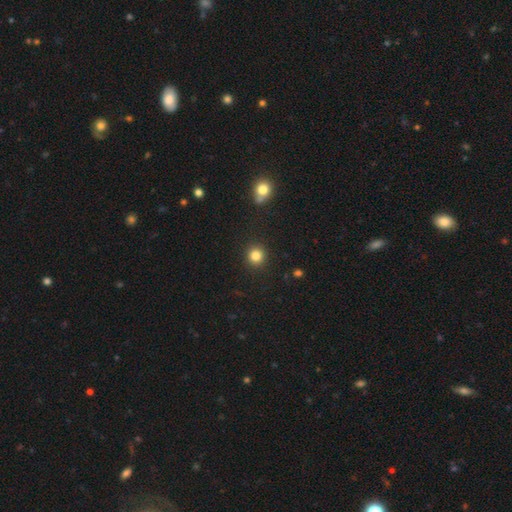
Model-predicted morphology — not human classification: This is clearly a smooth galaxy (84%). How rounded: clearly round (93%). Merging: clearly none (91%).